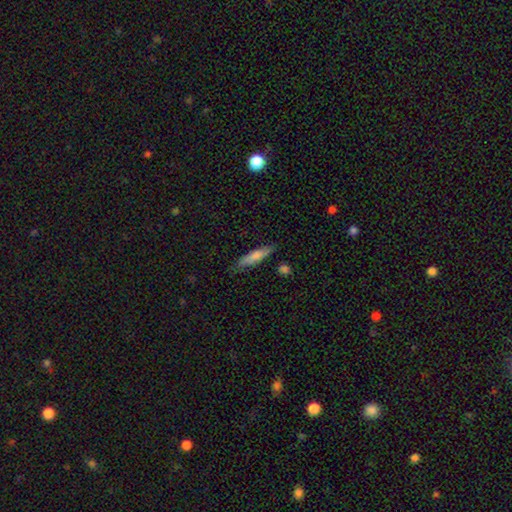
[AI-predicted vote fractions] Smooth or featured? Predicted: smooth (p=0.70). How rounded? Predicted: cigar-shaped (p=0.82). Merging? Predicted: none (p=0.80).